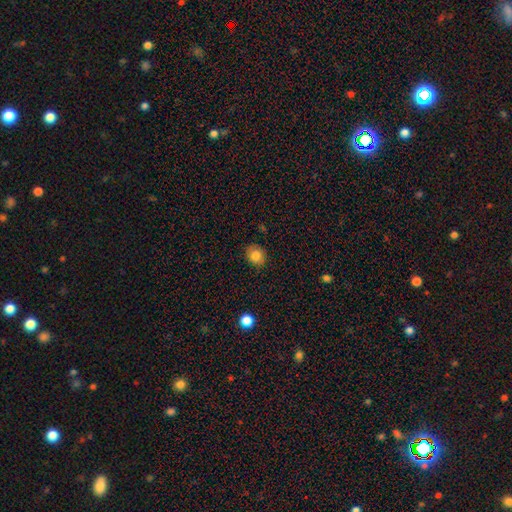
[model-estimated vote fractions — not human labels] Q: Smooth or featured?
A: smooth (83%); runner-up: star or artifact (10%)
Q: How rounded?
A: round (68%); runner-up: in between (32%)
Q: Merging?
A: none (87%); runner-up: minor disturbance (10%)